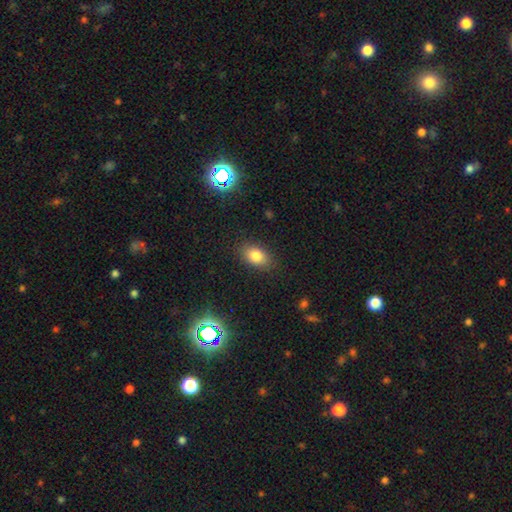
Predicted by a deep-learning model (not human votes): Smooth or featured?
  - smooth: 81% *
  - star or artifact: 10%
  - featured or disk: 8%
How rounded?
  - in between: 84% *
  - round: 14%
  - cigar-shaped: 2%
Merging?
  - none: 86% *
  - minor disturbance: 10%
  - major disturbance: 3%
  - merger: 1%